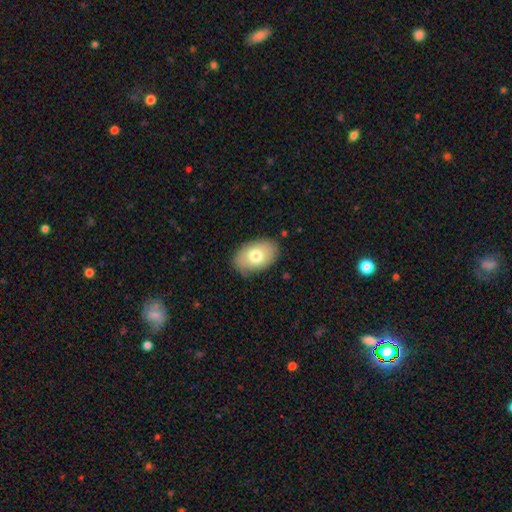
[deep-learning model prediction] The model was most divided on "smooth or featured": smooth: 73%, featured or disk: 20%, star or artifact: 7%. More confident: how rounded — in between (89%); merging — none (81%).